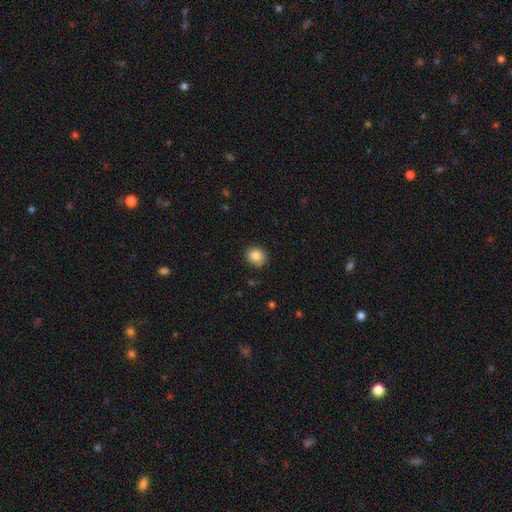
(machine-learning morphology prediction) Smooth or featured: smooth — 86% (star or artifact — 9%)
How rounded: round — 77% (in between — 23%)
Merging: none — 87% (minor disturbance — 10%)